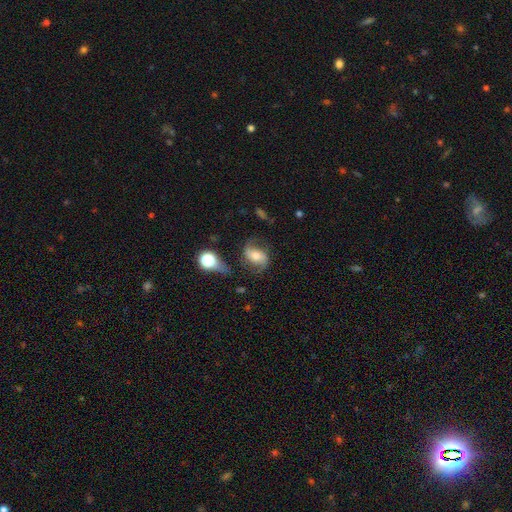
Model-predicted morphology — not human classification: Smooth or featured: featured or disk — 65% (smooth — 26%)
Edge-on disk: no — 95% (yes — 5%)
Bar: no — 41% (weak — 36%)
Spiral arms: yes — 88% (no — 12%)
Spiral winding: loose — 52% (medium — 36%)
Spiral arm count: 2 — 88% (can't tell — 6%)
Bulge size: moderate — 59% (small — 27%)
Merging: none — 56% (minor disturbance — 22%)